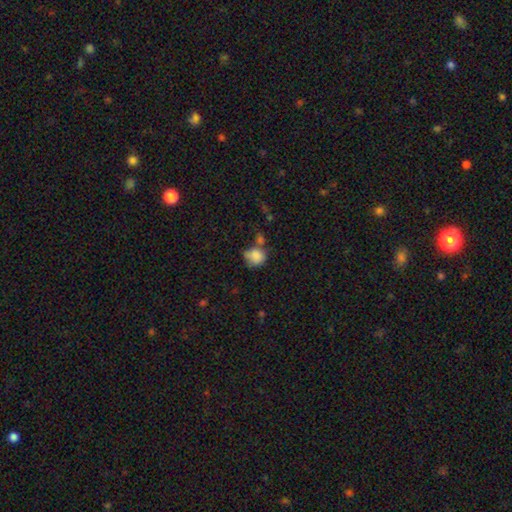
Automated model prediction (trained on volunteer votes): A smooth galaxy with no disk features (82%) that is round (67%). Merging: none (40%).